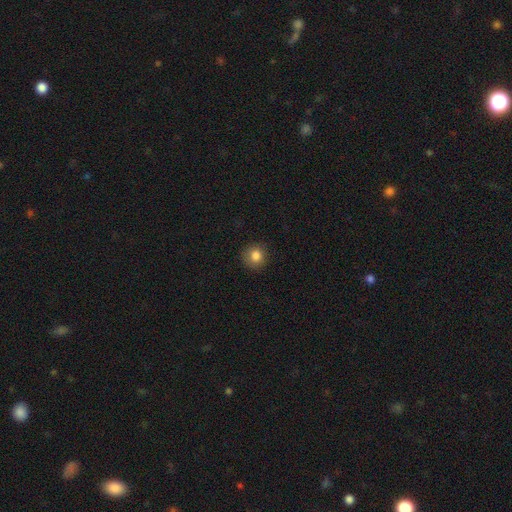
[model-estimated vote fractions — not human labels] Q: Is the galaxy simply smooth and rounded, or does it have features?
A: smooth — 83%.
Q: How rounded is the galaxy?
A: round — 89%.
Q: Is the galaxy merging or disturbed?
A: none — 84%.